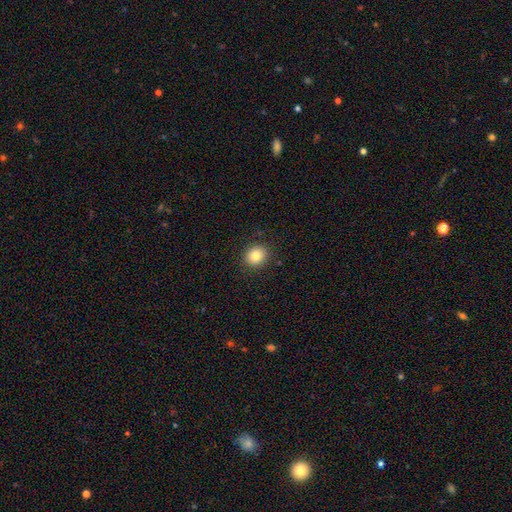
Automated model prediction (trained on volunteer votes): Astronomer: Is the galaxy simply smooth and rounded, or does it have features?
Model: smooth — 82%.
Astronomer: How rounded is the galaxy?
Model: round — 79%.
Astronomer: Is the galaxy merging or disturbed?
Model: none — 90%.